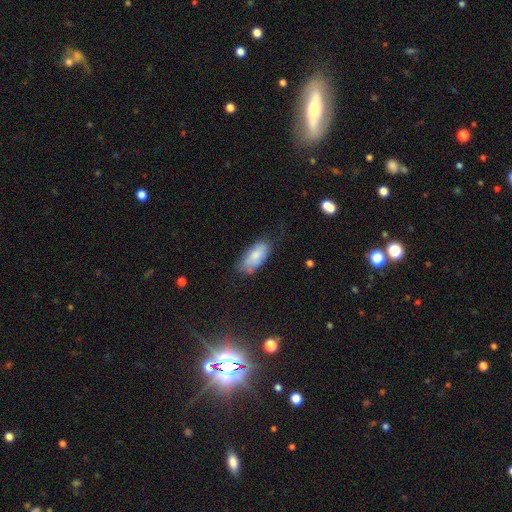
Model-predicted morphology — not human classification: smooth_or_featured: smooth (p=0.77) [alt: featured or disk p=0.16]
how_rounded: in between (p=0.87) [alt: cigar-shaped p=0.11]
merging: none (p=0.58) [alt: minor disturbance p=0.30]